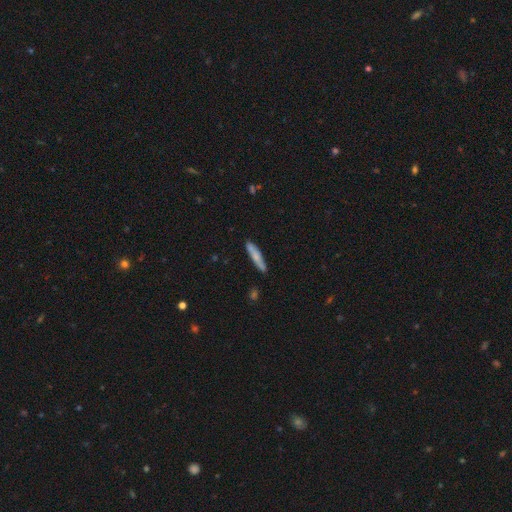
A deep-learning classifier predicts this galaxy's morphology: type=smooth (71%); roundness=cigar-shaped (89%); merging=none (83%).